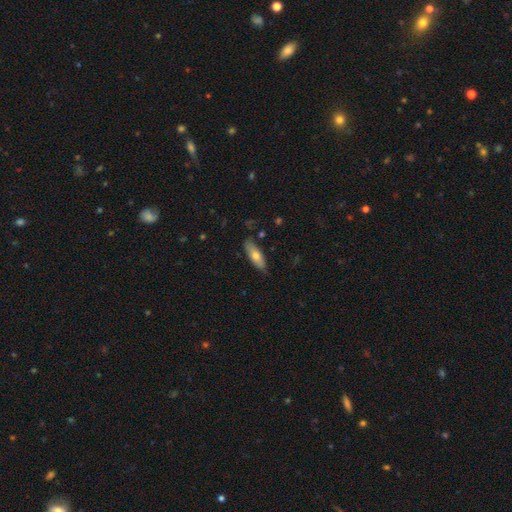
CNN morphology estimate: This is likely a smooth galaxy (65%). How rounded: possibly in between (60%). Merging: clearly none (81%).